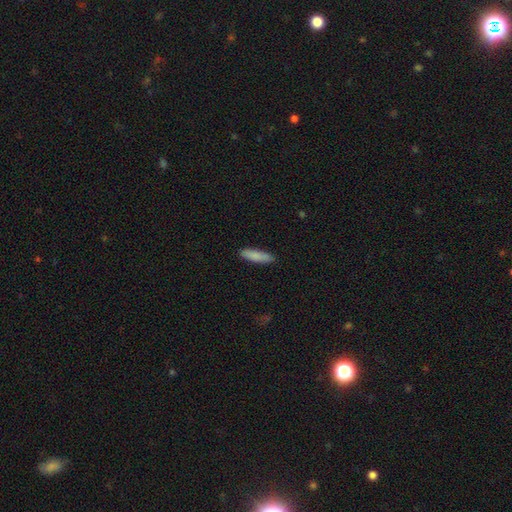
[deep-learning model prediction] A smooth galaxy with no disk features (86%) that is cigar-shaped (72%).

Vote fractions:
- Smooth or featured? smooth: 86% / featured or disk: 8% / star or artifact: 6%
- How rounded? cigar-shaped: 72% / in between: 27% / round: 1%
- Merging? none: 87% / minor disturbance: 10% / major disturbance: 2% / merger: 1%